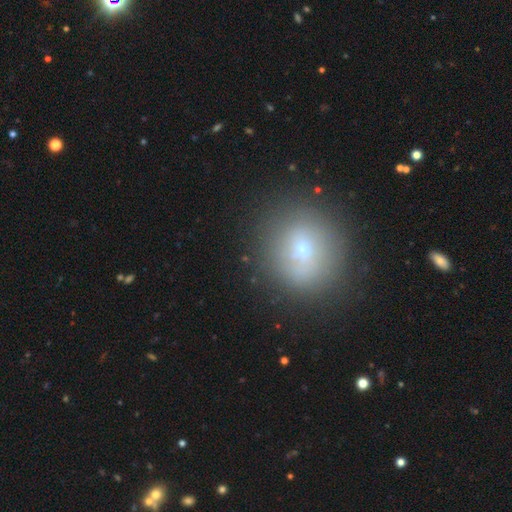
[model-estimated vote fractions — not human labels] Smooth or featured?
  - smooth: 56% *
  - star or artifact: 23%
  - featured or disk: 21%
How rounded?
  - round: 76% *
  - in between: 22%
  - cigar-shaped: 2%
Merging?
  - none: 87% *
  - minor disturbance: 8%
  - major disturbance: 3%
  - merger: 1%